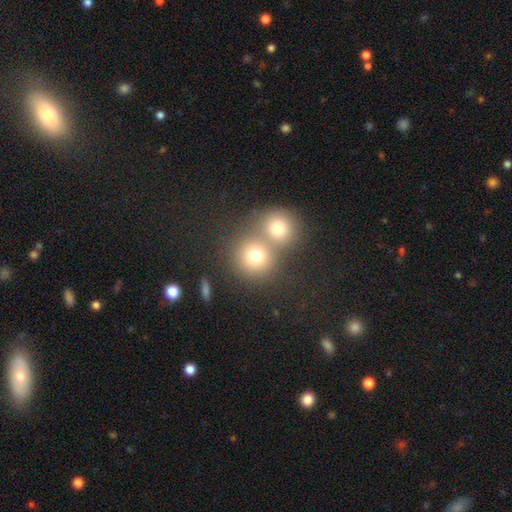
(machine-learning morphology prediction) smooth 75%, star or artifact 13%, featured or disk 12%. Down the decision tree: how rounded — round (88%); merging — merger (49%).